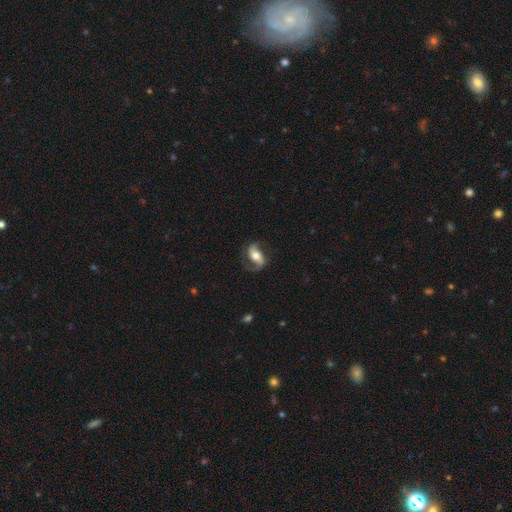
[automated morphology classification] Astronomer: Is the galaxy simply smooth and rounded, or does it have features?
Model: featured or disk — 74%.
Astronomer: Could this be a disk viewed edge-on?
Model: no — 95%.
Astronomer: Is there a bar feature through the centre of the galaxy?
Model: no — 37% (runner-up: strong, 32%).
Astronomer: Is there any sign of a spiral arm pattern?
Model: yes — 91%.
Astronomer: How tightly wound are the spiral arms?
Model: loose — 47% (runner-up: medium, 39%).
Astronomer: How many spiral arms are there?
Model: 2 — 87%.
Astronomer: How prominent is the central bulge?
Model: moderate — 64%.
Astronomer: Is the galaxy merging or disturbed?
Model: none — 69%.